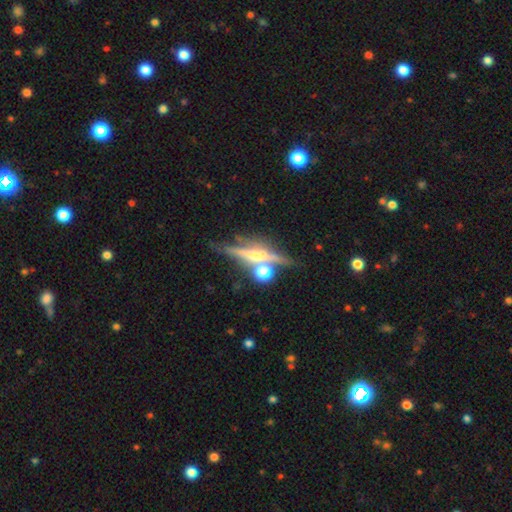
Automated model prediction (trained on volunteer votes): This appears to be a featured or disk galaxy (75%) viewed edge-on (93%) with a rounded central bulge (83%). Merging: none (68%).